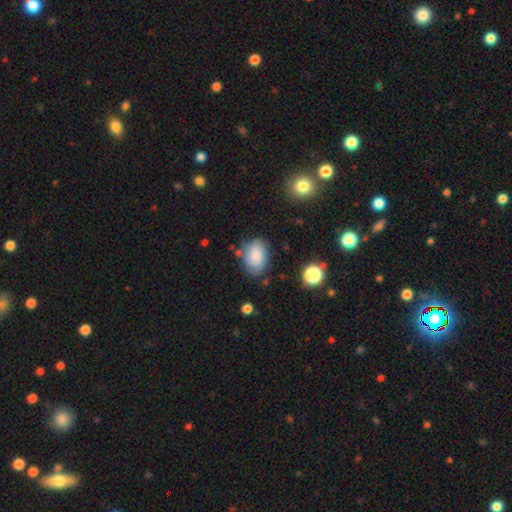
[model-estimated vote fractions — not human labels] This appears to be a smooth galaxy with no disk features (76%) that is in between round and cigar-shaped (84%). Merging: none (68%).